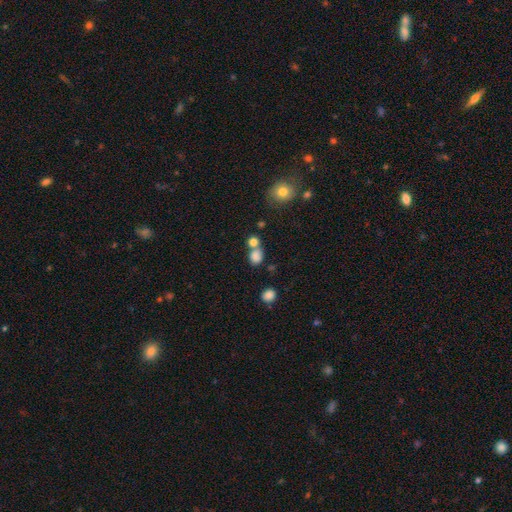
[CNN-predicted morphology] smooth_or_featured: smooth (p=0.81) [alt: star or artifact p=0.12]
how_rounded: round (p=0.59) [alt: in between p=0.40]
merging: none (p=0.44) [alt: merger p=0.42]